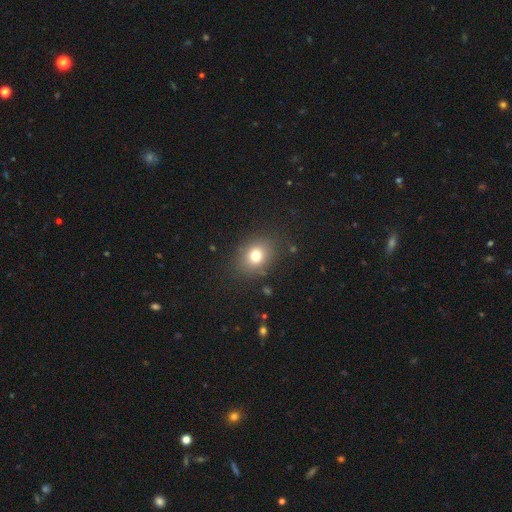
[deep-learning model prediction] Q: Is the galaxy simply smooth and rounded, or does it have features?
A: smooth — 76%.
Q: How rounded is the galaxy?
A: in between — 51%.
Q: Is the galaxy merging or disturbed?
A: none — 84%.